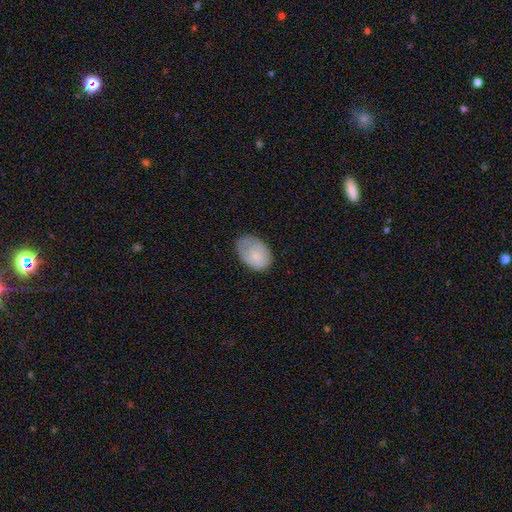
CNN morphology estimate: Q: Smooth or featured?
A: smooth (72%); runner-up: featured or disk (22%)
Q: How rounded?
A: in between (83%); runner-up: round (16%)
Q: Merging?
A: none (53%); runner-up: minor disturbance (34%)